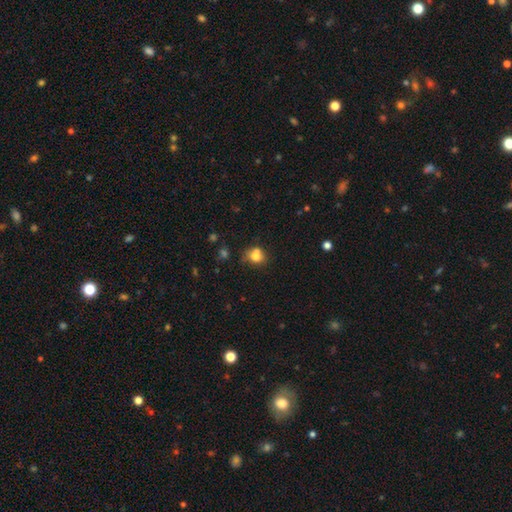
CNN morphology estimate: smooth-or-featured: smooth: 75% | featured or disk: 13% | star or artifact: 12%
  how-rounded: round: 69% | in between: 30% | cigar-shaped: 1%
  merging: none: 45% | merger: 30% | minor disturbance: 18% | major disturbance: 7%